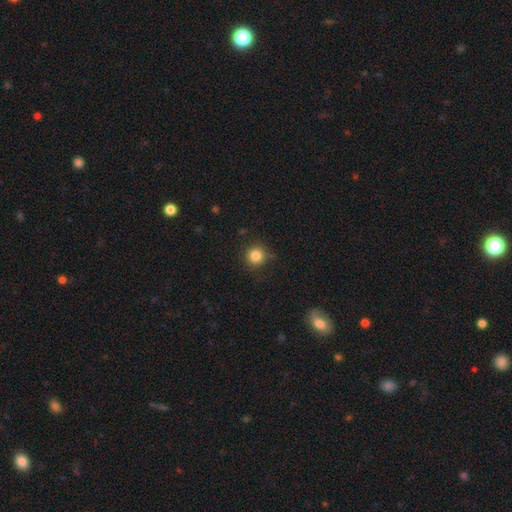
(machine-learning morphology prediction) Smooth or featured: smooth — 84% (star or artifact — 11%)
How rounded: round — 94% (in between — 5%)
Merging: none — 84% (minor disturbance — 11%)